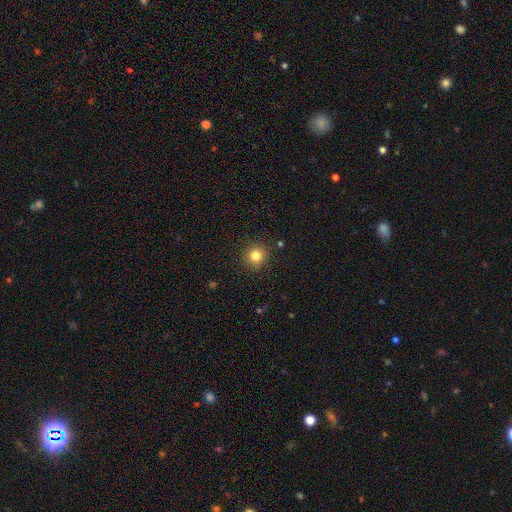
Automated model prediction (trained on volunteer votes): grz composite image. It shows a smooth galaxy with no disk features (83%) that is round (92%). Merging: none (90%).